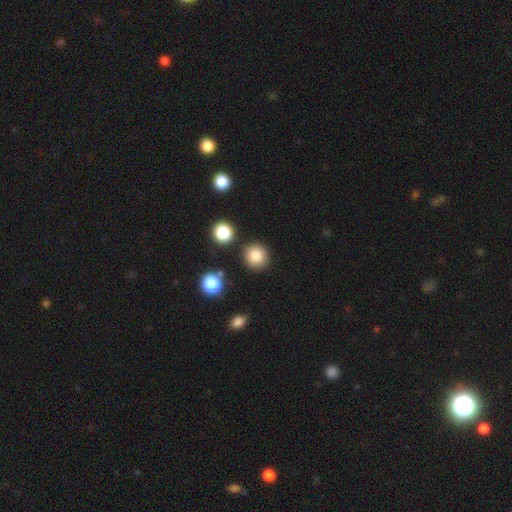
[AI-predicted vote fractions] A smooth galaxy with no disk features (83%) that is round (92%).

Vote fractions:
- Smooth or featured? smooth: 83% / star or artifact: 11% / featured or disk: 6%
- How rounded? round: 92% / in between: 7% / cigar-shaped: 1%
- Merging? none: 86% / minor disturbance: 7% / merger: 4% / major disturbance: 3%